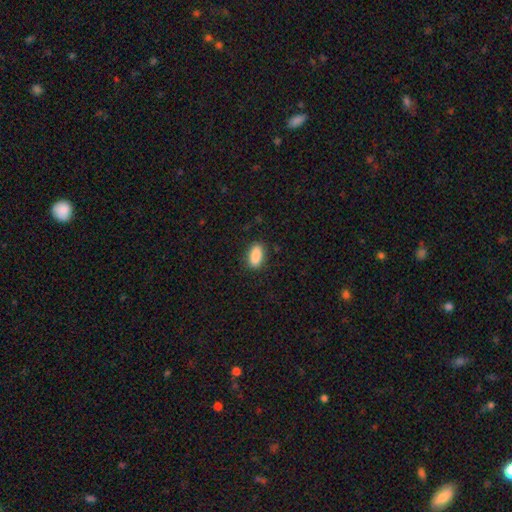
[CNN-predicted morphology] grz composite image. It shows a smooth galaxy with no disk features (89%) that is in between round and cigar-shaped (86%). Merging: none (86%).